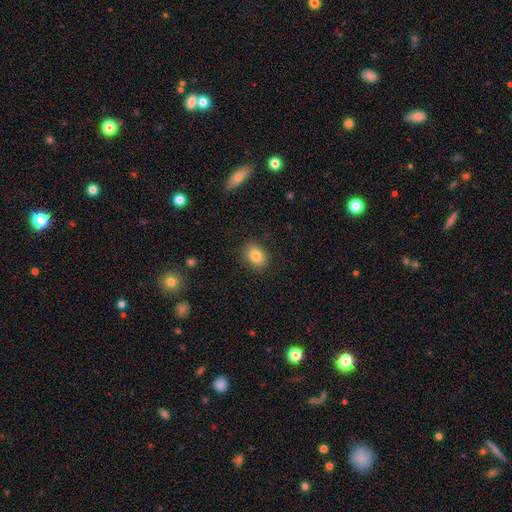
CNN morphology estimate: smooth 84%, star or artifact 9%, featured or disk 7%. Down the decision tree: how rounded — in between (69%); merging — none (87%).